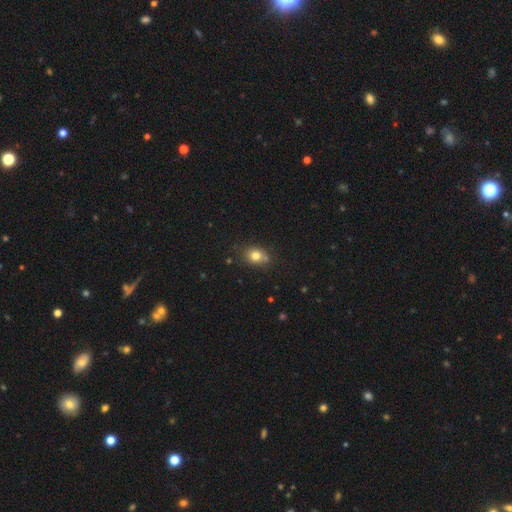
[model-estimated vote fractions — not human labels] The model was most divided on "how rounded": round: 57%, in between: 42%, cigar-shaped: 1%. More confident: smooth or featured — smooth (78%); merging — none (69%).